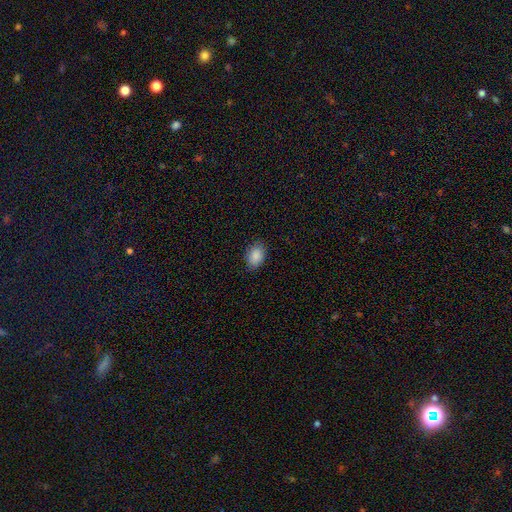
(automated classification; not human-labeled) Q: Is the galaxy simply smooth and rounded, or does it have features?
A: smooth — 89%.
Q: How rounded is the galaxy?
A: in between — 84%.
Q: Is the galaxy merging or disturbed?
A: none — 85%.